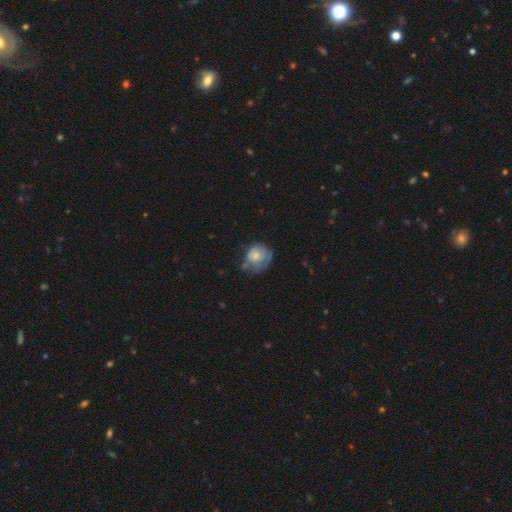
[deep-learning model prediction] Smooth or featured: smooth — 58% (featured or disk — 35%)
How rounded: round — 70% (in between — 29%)
Merging: none — 40% (minor disturbance — 34%)